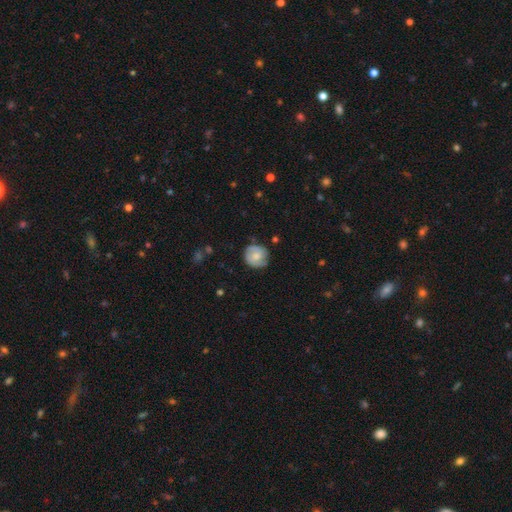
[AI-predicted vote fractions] The model was most divided on "smooth or featured": featured or disk: 50%, smooth: 43%, star or artifact: 7%. More confident: edge-on disk — no (97%); merging — none (74%).